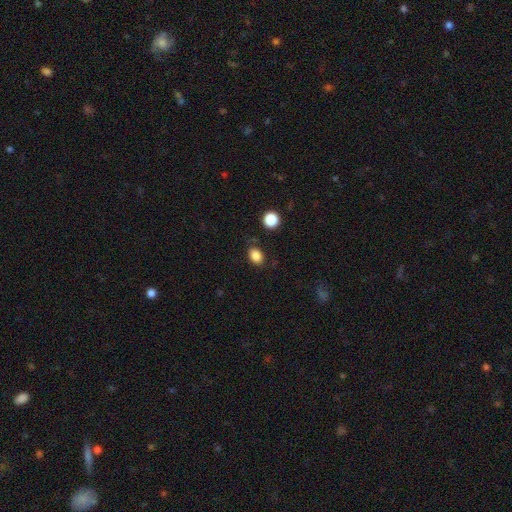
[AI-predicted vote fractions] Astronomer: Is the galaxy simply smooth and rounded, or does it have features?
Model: smooth — 85%.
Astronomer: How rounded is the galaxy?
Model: in between — 69%.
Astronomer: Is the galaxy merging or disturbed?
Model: none — 78%.